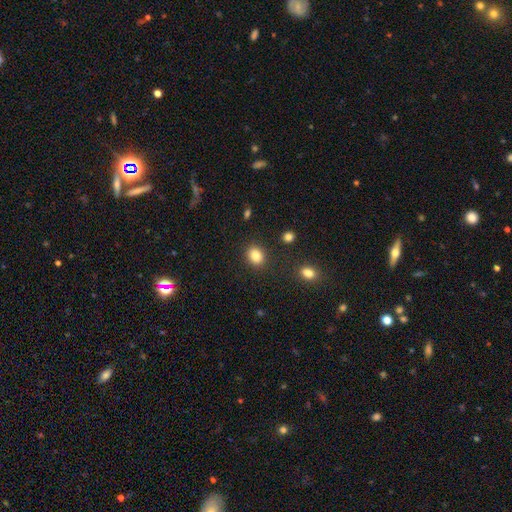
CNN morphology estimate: type=smooth (85%); roundness=round (51%); merging=none (87%).